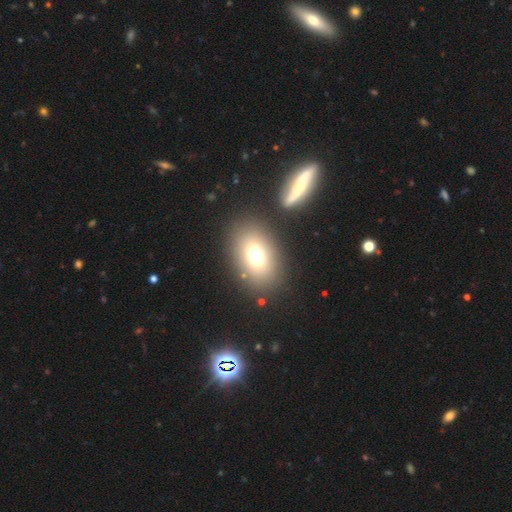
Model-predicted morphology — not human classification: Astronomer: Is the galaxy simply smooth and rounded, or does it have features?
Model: smooth — 72%.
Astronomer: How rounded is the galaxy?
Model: in between — 72%.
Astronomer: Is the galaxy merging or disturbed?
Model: none — 81%.